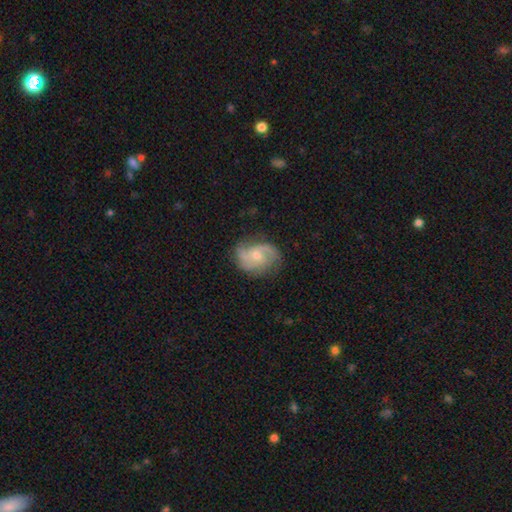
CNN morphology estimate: type=featured or disk (79%); edge-on=no (98%); bar=no (61%); spiral arms=yes (95%); winding=medium (49%); arm count=2 (63%); bulge=small (47%, tied with moderate); merging=none (70%).